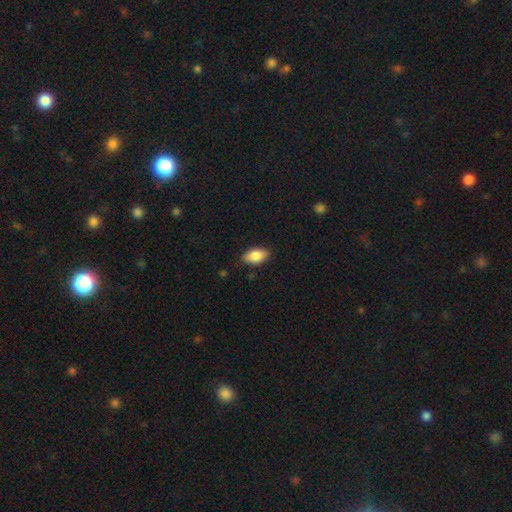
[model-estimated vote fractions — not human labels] The model was most divided on "merging": none: 84%, minor disturbance: 13%, major disturbance: 2%, merger: 1%. More confident: how rounded — in between (91%); smooth or featured — smooth (82%).